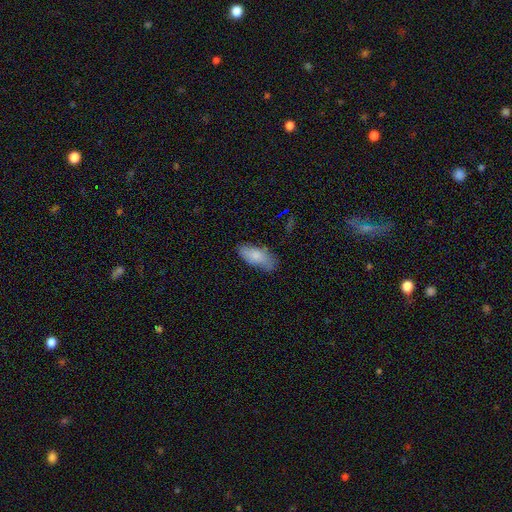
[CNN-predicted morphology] Q: Smooth or featured?
A: smooth (81%); runner-up: featured or disk (13%)
Q: How rounded?
A: in between (85%); runner-up: cigar-shaped (13%)
Q: Merging?
A: none (68%); runner-up: minor disturbance (24%)